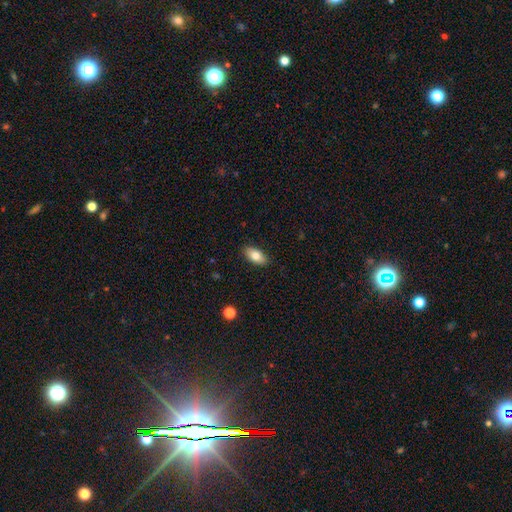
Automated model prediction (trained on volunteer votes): Overall: smooth (78%). How rounded: in between (90%). Merging: none (88%).